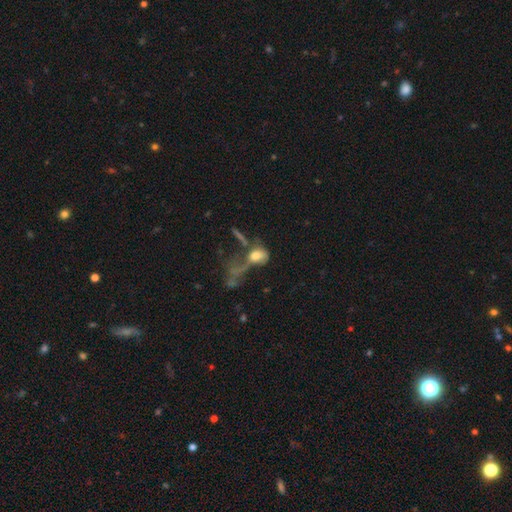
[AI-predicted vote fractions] A smooth galaxy with no disk features (54%) that is in between round and cigar-shaped (71%).

Vote fractions:
- Smooth or featured? smooth: 54% / featured or disk: 34% / star or artifact: 13%
- How rounded? in between: 71% / round: 24% / cigar-shaped: 6%
- Merging? major disturbance: 46% / merger: 31% / none: 13% / minor disturbance: 9%